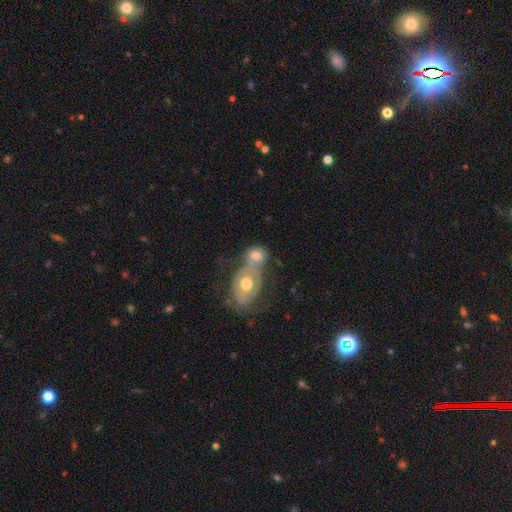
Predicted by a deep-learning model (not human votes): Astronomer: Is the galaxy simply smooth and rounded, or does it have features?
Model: smooth — 54% (runner-up: featured or disk, 38%).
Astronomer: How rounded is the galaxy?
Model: round — 50% (runner-up: in between, 48%).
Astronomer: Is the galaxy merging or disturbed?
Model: merger — 62%.